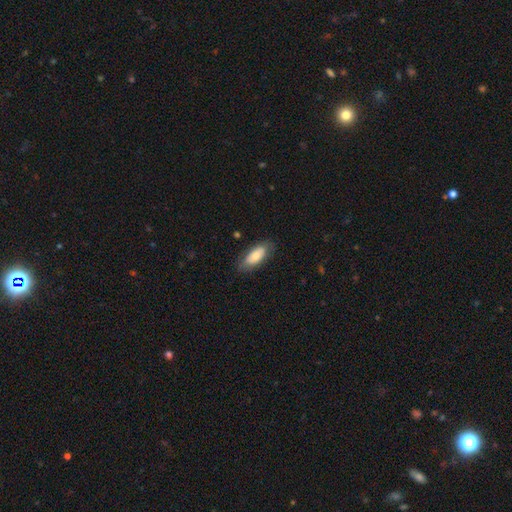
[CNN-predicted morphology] smooth 77%, featured or disk 17%, star or artifact 6%. Down the decision tree: how rounded — in between (82%); merging — none (78%).